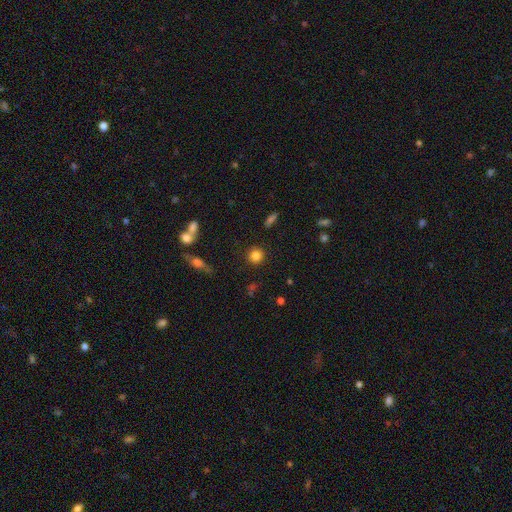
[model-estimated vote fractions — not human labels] Smooth or featured?
  - smooth: 83% *
  - star or artifact: 11%
  - featured or disk: 6%
How rounded?
  - round: 91% *
  - in between: 8%
  - cigar-shaped: 1%
Merging?
  - none: 89% *
  - minor disturbance: 6%
  - major disturbance: 2%
  - merger: 2%